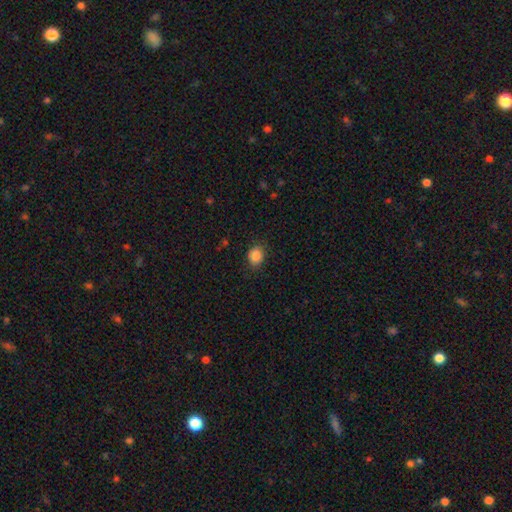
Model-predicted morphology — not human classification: type=smooth (85%); roundness=round (57%); merging=none (84%).